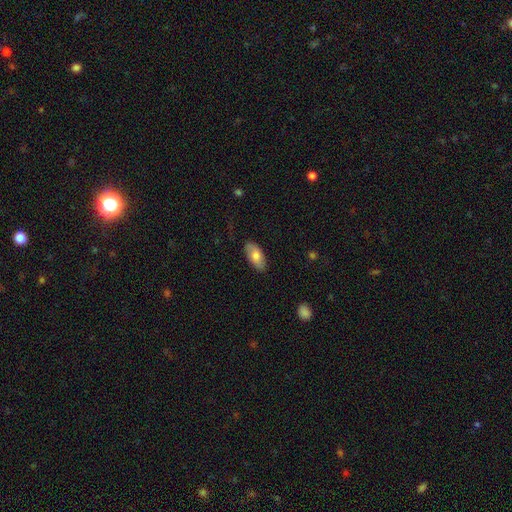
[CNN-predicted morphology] Q: Smooth or featured?
A: smooth (76%); runner-up: featured or disk (18%)
Q: How rounded?
A: in between (90%); runner-up: cigar-shaped (8%)
Q: Merging?
A: none (84%); runner-up: minor disturbance (13%)